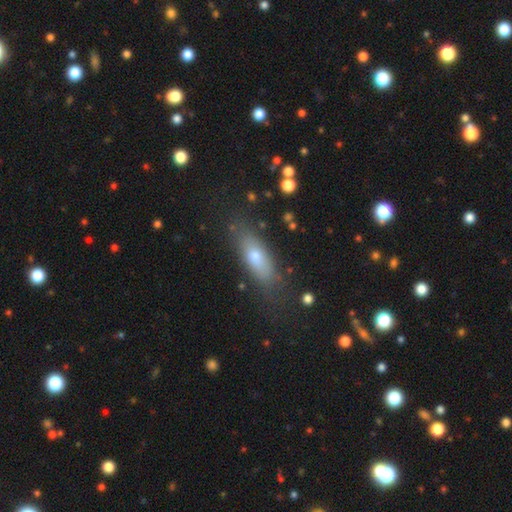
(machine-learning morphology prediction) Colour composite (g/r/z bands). It shows a smooth galaxy with no disk features (67%) that is in between round and cigar-shaped (62%). Merging: none (77%).